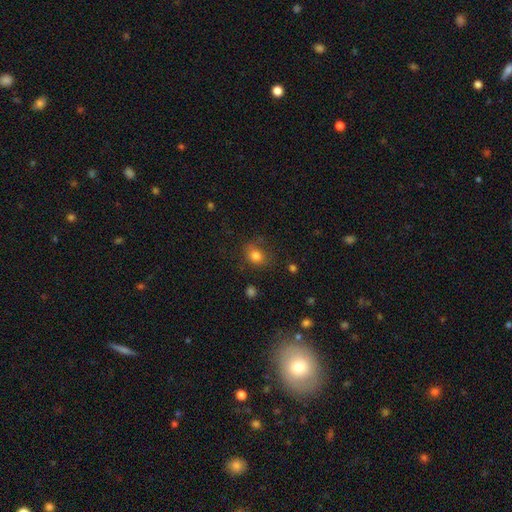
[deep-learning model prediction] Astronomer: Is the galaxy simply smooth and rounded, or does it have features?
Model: smooth — 81%.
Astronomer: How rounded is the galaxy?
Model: round — 66%.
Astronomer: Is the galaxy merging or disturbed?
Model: none — 70%.